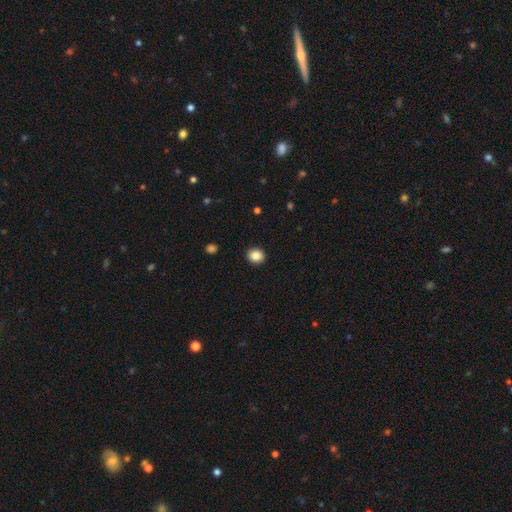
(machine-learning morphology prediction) smooth-or-featured: smooth: 86% | star or artifact: 9% | featured or disk: 5%
  how-rounded: round: 80% | in between: 19% | cigar-shaped: 1%
  merging: none: 92% | minor disturbance: 5% | major disturbance: 2% | merger: 1%